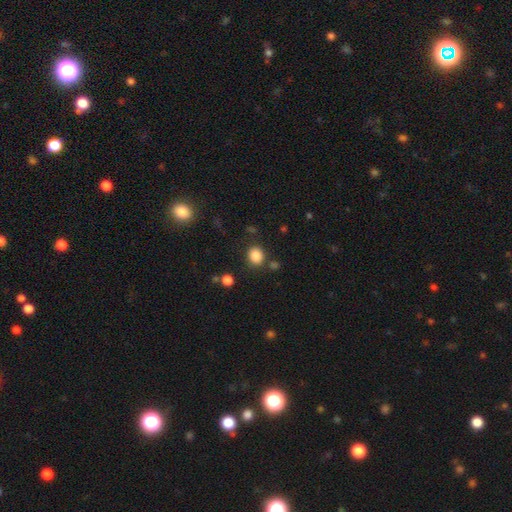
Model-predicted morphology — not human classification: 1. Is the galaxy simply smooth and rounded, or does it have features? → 85% smooth, 11% star or artifact, 4% featured or disk.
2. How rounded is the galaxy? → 67% round, 32% in between, 1% cigar-shaped.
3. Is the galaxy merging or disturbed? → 81% none, 10% minor disturbance, 5% merger, 4% major disturbance.